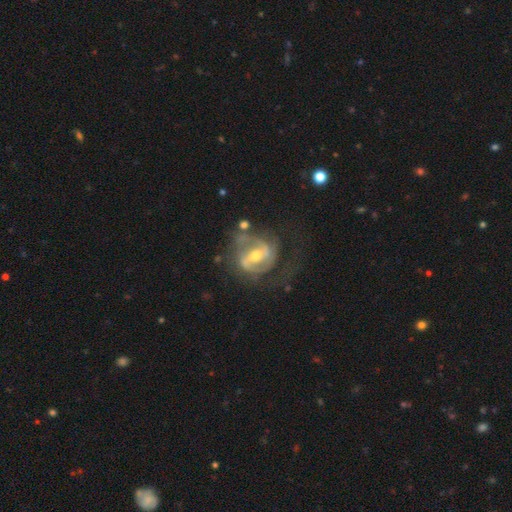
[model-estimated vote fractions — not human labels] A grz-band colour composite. It shows a featured or disk galaxy (86%) with a weak bar (41%, tied with strong), 2 (70%) medium (45%) spiral arms (90%) and a moderate central bulge (59%). Merging: none (53%).